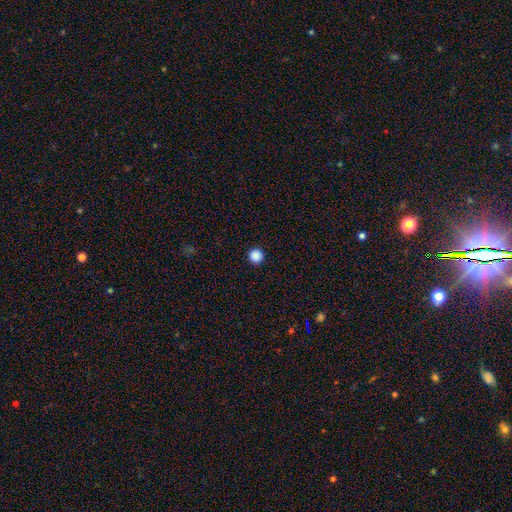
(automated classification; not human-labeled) Smooth or featured: smooth — 88% (star or artifact — 10%)
How rounded: round — 97% (in between — 2%)
Merging: none — 94% (minor disturbance — 4%)